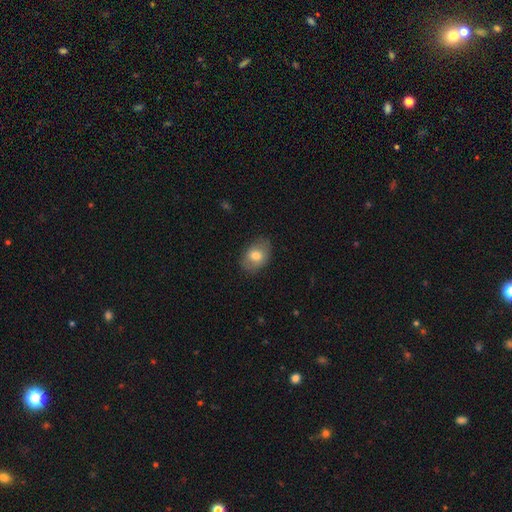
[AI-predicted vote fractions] This is likely a smooth galaxy (76%). How rounded: likely in between (78%). Merging: clearly none (81%).